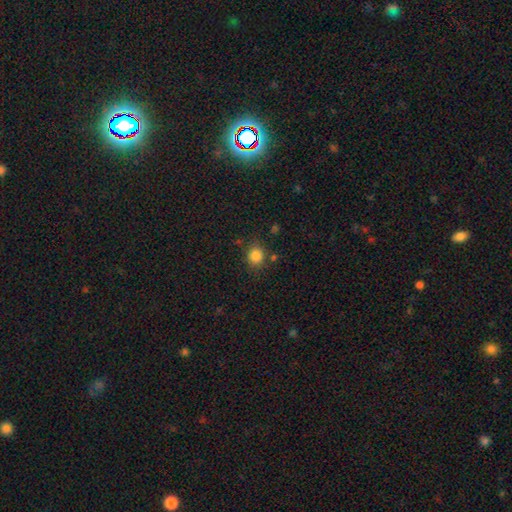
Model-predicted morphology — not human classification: smooth_or_featured: smooth (p=0.84) [alt: star or artifact p=0.11]
how_rounded: round (p=0.76) [alt: in between p=0.23]
merging: none (p=0.79) [alt: minor disturbance p=0.12]